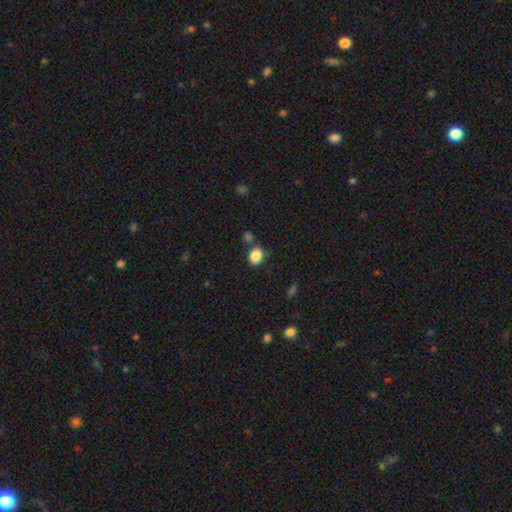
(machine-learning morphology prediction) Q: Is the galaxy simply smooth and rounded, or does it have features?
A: smooth — 86%.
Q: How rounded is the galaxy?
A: in between — 54%.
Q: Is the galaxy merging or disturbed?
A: none — 71%.